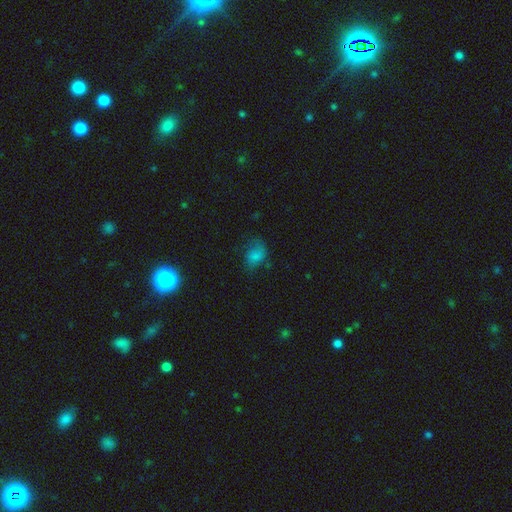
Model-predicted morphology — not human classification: The model was most divided on "merging": none: 48%, minor disturbance: 29%, major disturbance: 21%, merger: 2%. More confident: how rounded — in between (78%); smooth or featured — smooth (67%).